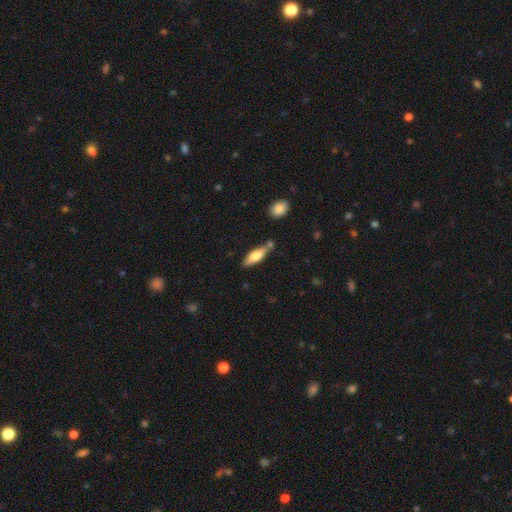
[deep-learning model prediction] The model was most divided on "how rounded": in between: 58%, cigar-shaped: 40%, round: 2%. More confident: smooth or featured — smooth (69%); merging — none (66%).